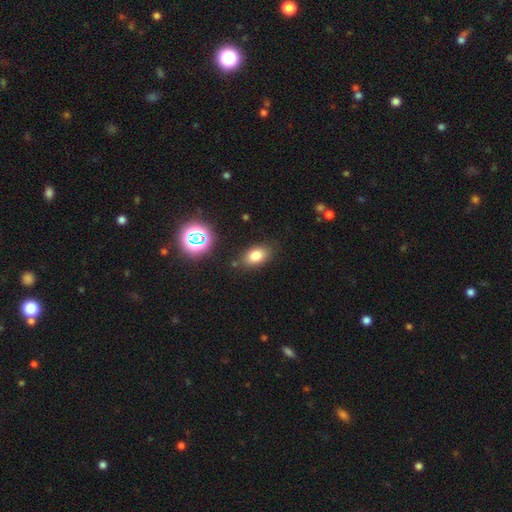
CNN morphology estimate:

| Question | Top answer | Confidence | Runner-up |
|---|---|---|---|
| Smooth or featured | smooth | 78% | star or artifact (14%) |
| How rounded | in between | 85% | round (12%) |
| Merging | none | 80% | minor disturbance (13%) |